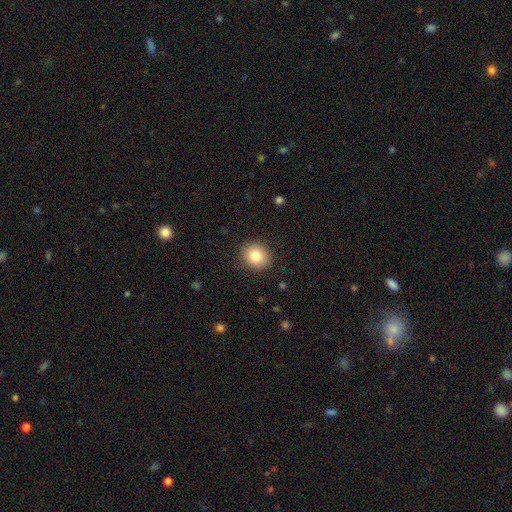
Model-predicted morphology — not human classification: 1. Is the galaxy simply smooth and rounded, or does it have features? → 82% smooth, 9% star or artifact, 8% featured or disk.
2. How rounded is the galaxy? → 76% round, 23% in between, 1% cigar-shaped.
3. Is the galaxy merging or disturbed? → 88% none, 8% minor disturbance, 2% major disturbance, 1% merger.